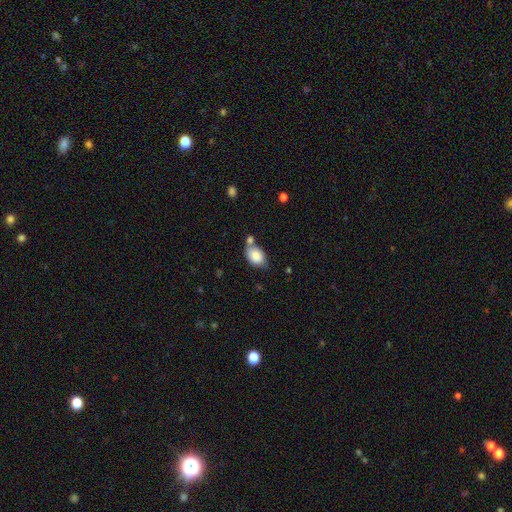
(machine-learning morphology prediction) Smooth or featured? smooth (84%)
How rounded? in between (83%)
Merging? none (52%)